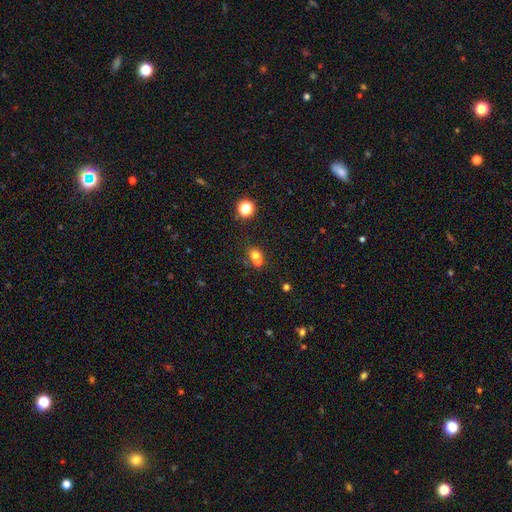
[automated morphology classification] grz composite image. It shows a smooth galaxy with no disk features (68%) that is round (78%). Merging: merger (48%).